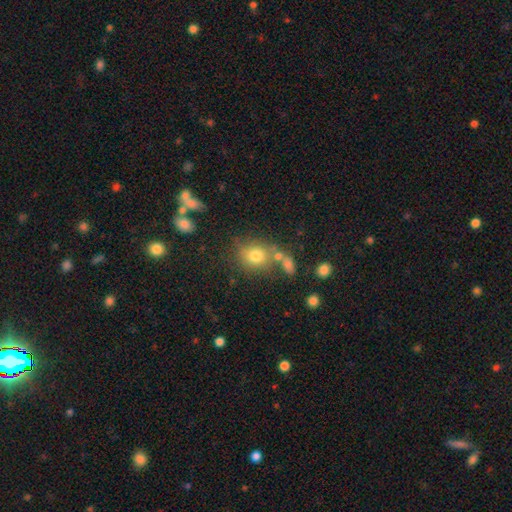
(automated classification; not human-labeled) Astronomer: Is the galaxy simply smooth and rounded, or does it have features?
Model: smooth — 75%.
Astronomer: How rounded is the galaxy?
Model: round — 66%.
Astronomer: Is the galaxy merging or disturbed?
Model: none — 63%.